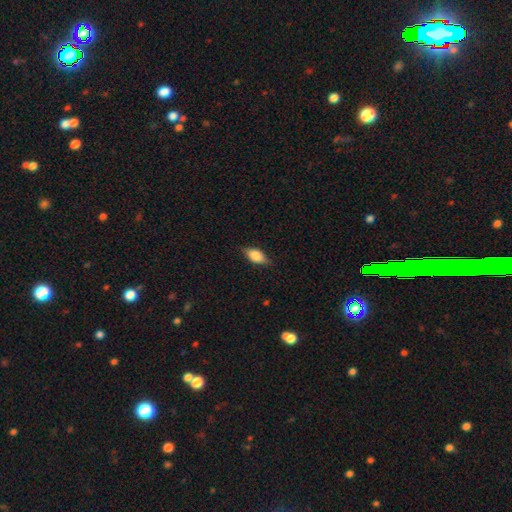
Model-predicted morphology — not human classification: smooth_or_featured: smooth (p=0.75) [alt: featured or disk p=0.17]
how_rounded: in between (p=0.84) [alt: cigar-shaped p=0.10]
merging: none (p=0.81) [alt: minor disturbance p=0.15]